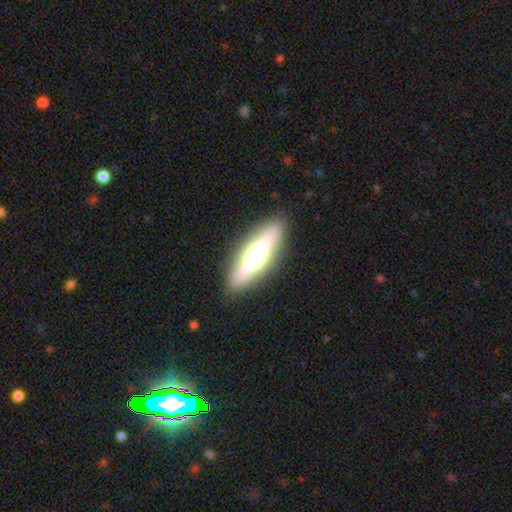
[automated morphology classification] Overall: featured or disk (47%; smooth 44%). Merging: none (88%).